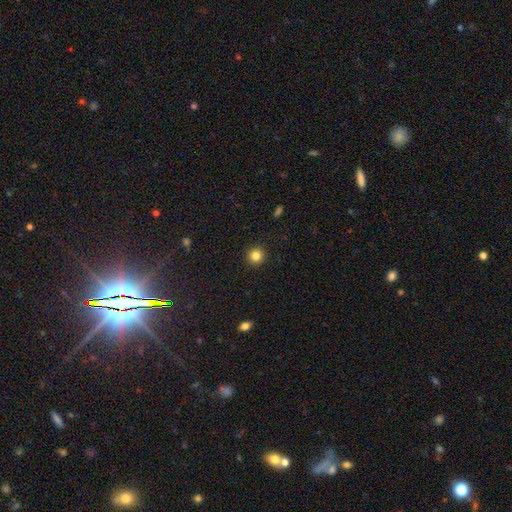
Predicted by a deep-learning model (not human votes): This is clearly a smooth galaxy (84%). How rounded: clearly round (95%). Merging: clearly none (93%).